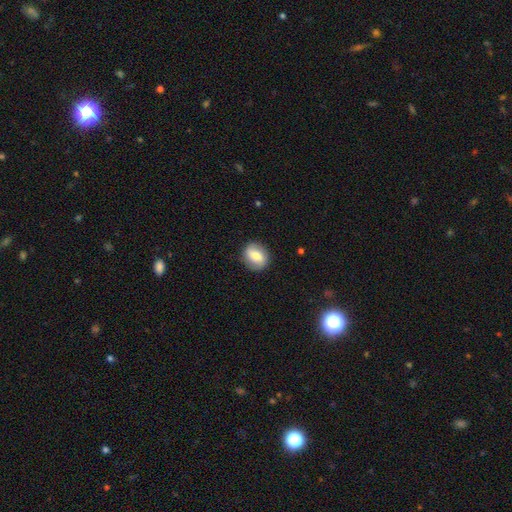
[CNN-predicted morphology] This appears to be a smooth galaxy with no disk features (69%) that is round (55%). Merging: none (84%).